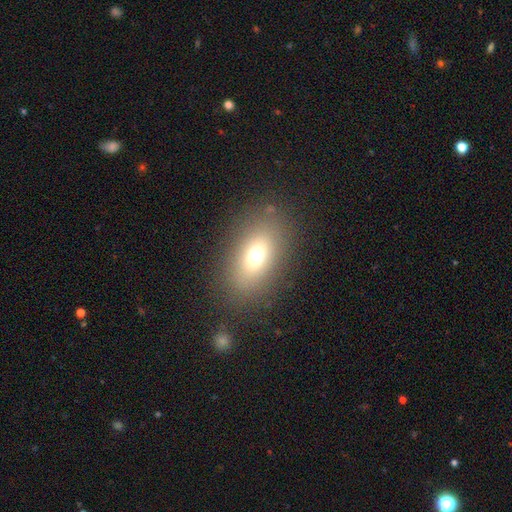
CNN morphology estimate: Smooth or featured: smooth — 69% (featured or disk — 17%)
How rounded: in between — 83% (round — 14%)
Merging: none — 83% (minor disturbance — 10%)